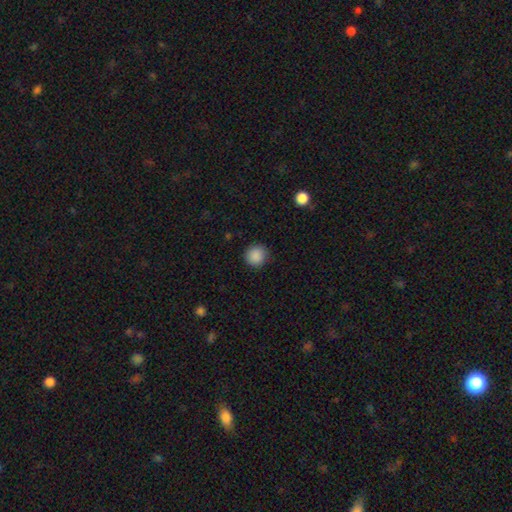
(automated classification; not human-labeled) Smooth or featured? Predicted: smooth (p=0.88). How rounded? Predicted: round (p=0.94). Merging? Predicted: none (p=0.89).